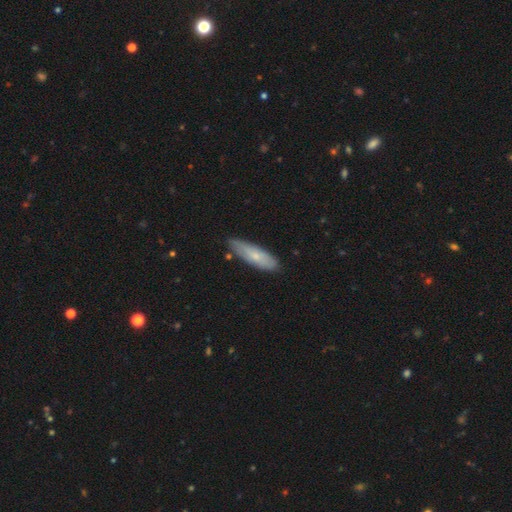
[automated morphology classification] Smooth or featured? smooth (67%)
How rounded? cigar-shaped (59%)
Merging? none (76%)